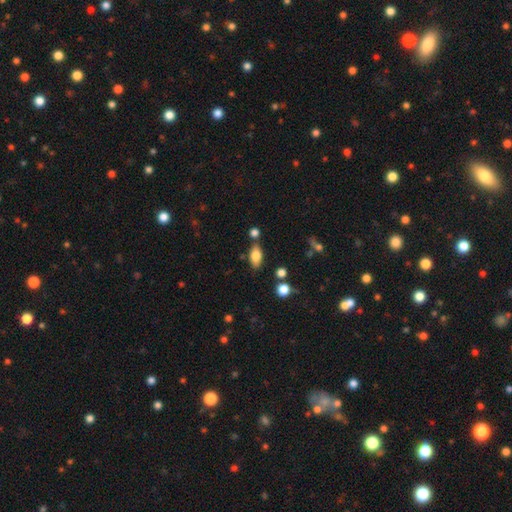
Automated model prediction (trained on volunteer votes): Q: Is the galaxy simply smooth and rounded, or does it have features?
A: smooth — 79%.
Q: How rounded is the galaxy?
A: in between — 86%.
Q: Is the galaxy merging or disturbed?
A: none — 74%.